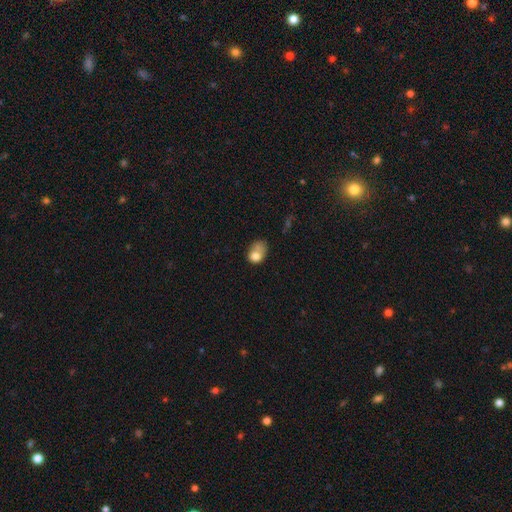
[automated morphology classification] The model was most divided on "merging": major disturbance: 28%, minor disturbance: 26%, none: 24%, merger: 22%. More confident: smooth or featured — smooth (72%); how rounded — in between (60%).